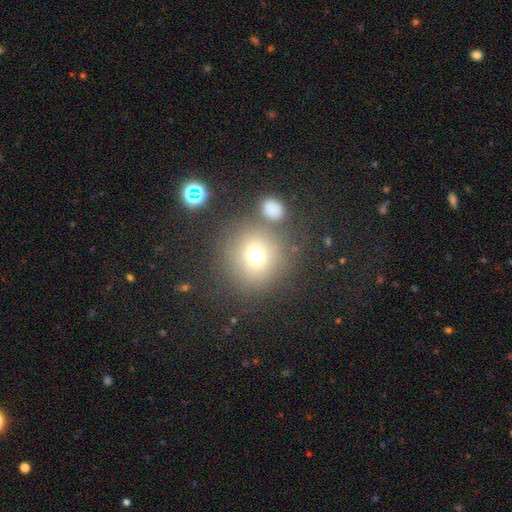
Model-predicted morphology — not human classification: type=smooth (70%); roundness=round (90%); merging=none (74%).